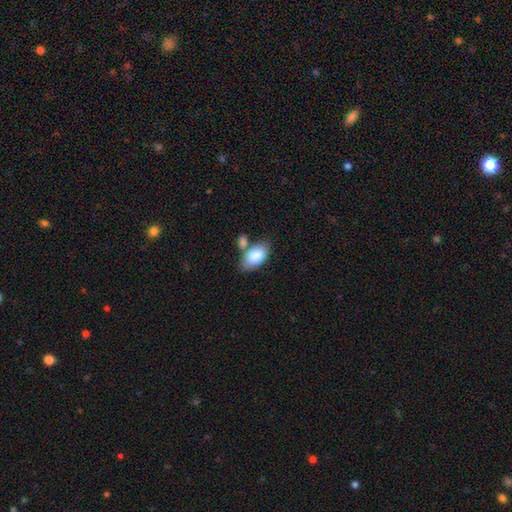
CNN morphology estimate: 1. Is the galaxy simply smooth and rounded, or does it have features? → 82% smooth, 11% featured or disk, 6% star or artifact.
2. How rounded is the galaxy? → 93% in between, 5% round, 2% cigar-shaped.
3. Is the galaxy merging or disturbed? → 52% none, 26% merger, 16% minor disturbance, 5% major disturbance.